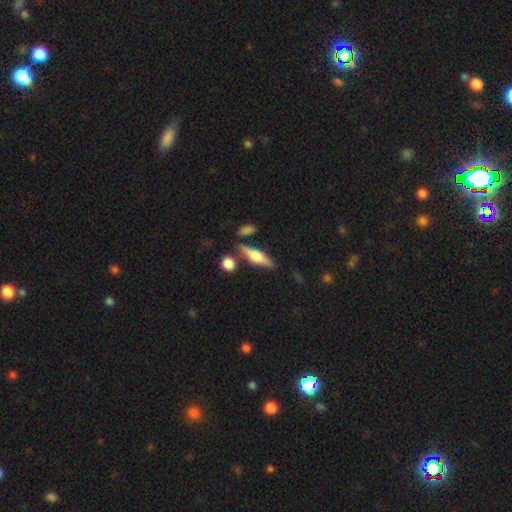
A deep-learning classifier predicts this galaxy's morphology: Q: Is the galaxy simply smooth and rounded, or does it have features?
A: featured or disk — 53%.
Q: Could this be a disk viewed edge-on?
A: yes — 94%.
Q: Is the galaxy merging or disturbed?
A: none — 77%.